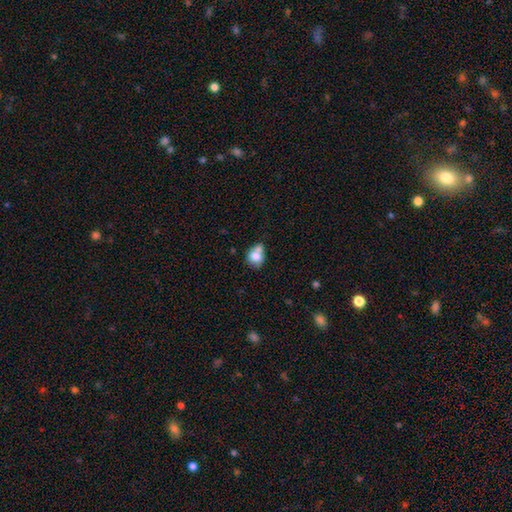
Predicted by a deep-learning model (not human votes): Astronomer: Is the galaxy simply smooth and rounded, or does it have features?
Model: smooth — 74%.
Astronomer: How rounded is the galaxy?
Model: round — 60% (runner-up: in between, 39%).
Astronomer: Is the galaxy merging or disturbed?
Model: merger — 45% (runner-up: none, 34%).